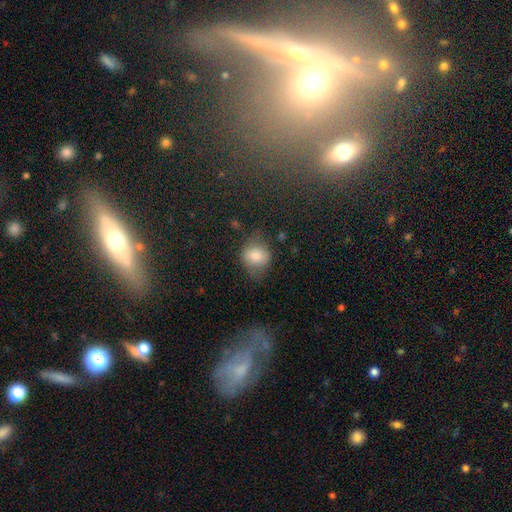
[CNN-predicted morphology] Smooth or featured? Predicted: smooth (p=0.77). How rounded? Predicted: round (p=0.62). Merging? Predicted: none (p=0.53).